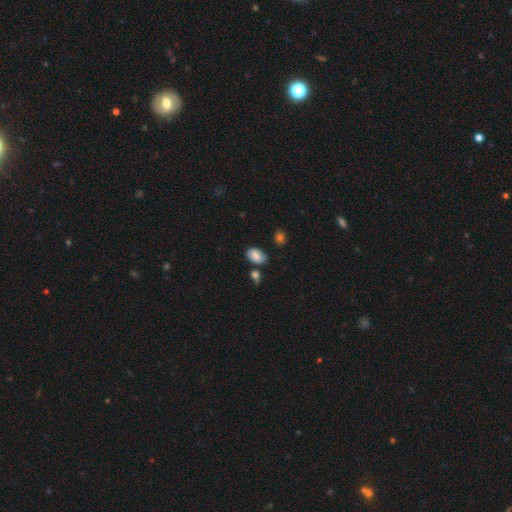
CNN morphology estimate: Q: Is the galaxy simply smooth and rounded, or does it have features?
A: smooth — 77%.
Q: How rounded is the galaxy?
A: in between — 86%.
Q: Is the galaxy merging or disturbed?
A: none — 63%.